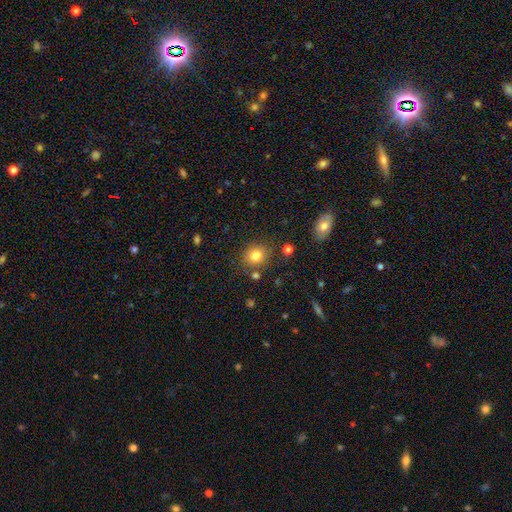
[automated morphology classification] type=smooth (80%); roundness=round (79%); merging=none (81%).